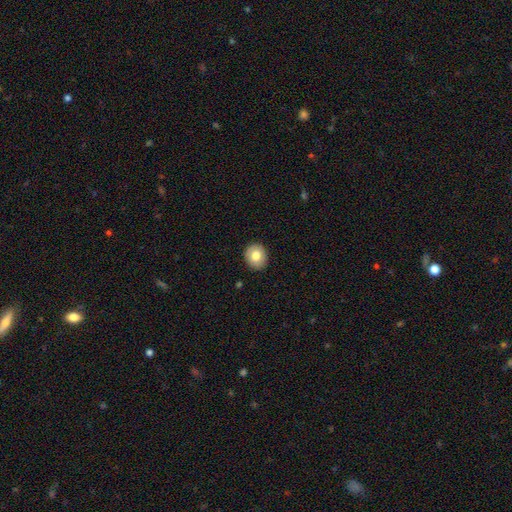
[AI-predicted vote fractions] Smooth or featured: smooth — 78% (featured or disk — 14%)
How rounded: round — 72% (in between — 27%)
Merging: none — 90% (minor disturbance — 7%)